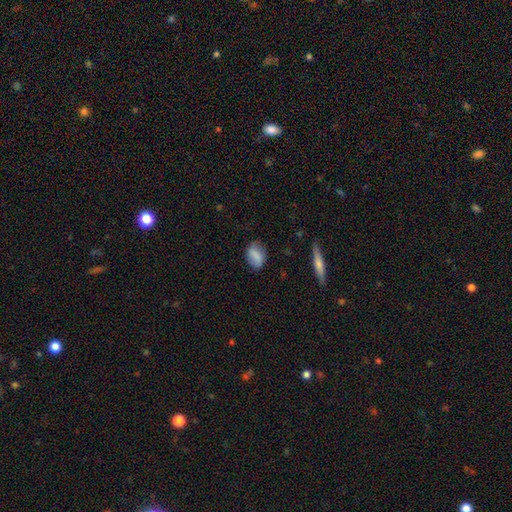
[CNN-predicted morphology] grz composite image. It shows a smooth galaxy with no disk features (75%) that is in between round and cigar-shaped (77%). Merging: none (72%).